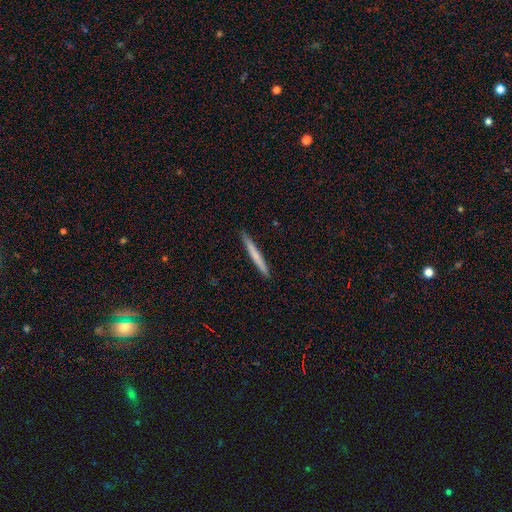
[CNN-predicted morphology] smooth_or_featured: smooth (p=0.63) [alt: featured or disk p=0.32]
how_rounded: cigar-shaped (p=0.97) [alt: in between p=0.02]
merging: none (p=0.91) [alt: minor disturbance p=0.06]